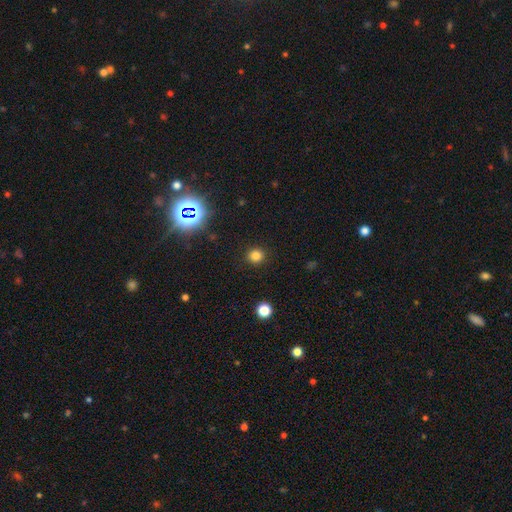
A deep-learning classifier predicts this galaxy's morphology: The model was most divided on "smooth or featured": smooth: 80%, star or artifact: 16%, featured or disk: 4%. More confident: how rounded — round (93%); merging — none (91%).